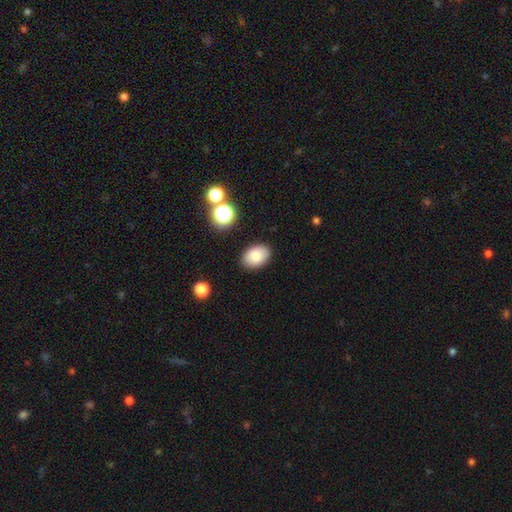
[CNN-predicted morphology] Smooth or featured?
  - smooth: 82% *
  - featured or disk: 9%
  - star or artifact: 9%
How rounded?
  - in between: 84% *
  - round: 15%
  - cigar-shaped: 1%
Merging?
  - none: 87% *
  - minor disturbance: 9%
  - major disturbance: 2%
  - merger: 2%